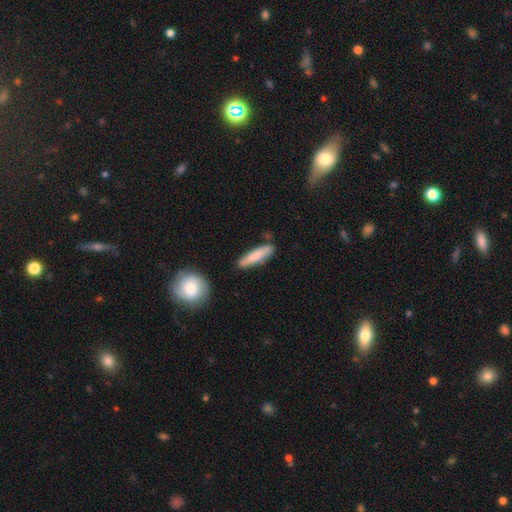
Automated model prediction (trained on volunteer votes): Q: Smooth or featured?
A: smooth (76%); runner-up: featured or disk (18%)
Q: How rounded?
A: cigar-shaped (80%); runner-up: in between (18%)
Q: Merging?
A: none (79%); runner-up: minor disturbance (14%)